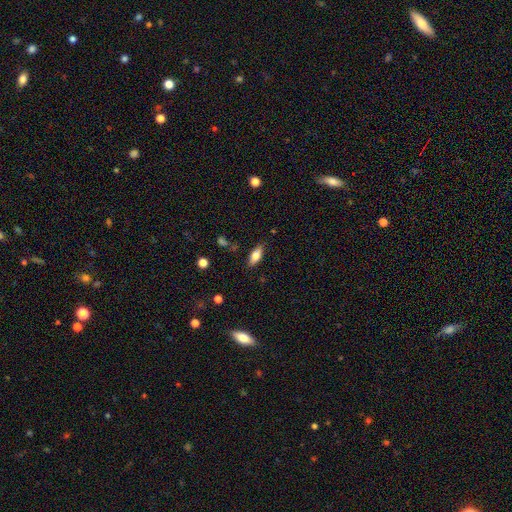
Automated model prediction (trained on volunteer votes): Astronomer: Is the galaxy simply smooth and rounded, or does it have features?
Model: smooth — 75%.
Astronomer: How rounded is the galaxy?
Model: in between — 82%.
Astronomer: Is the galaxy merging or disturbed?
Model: none — 83%.